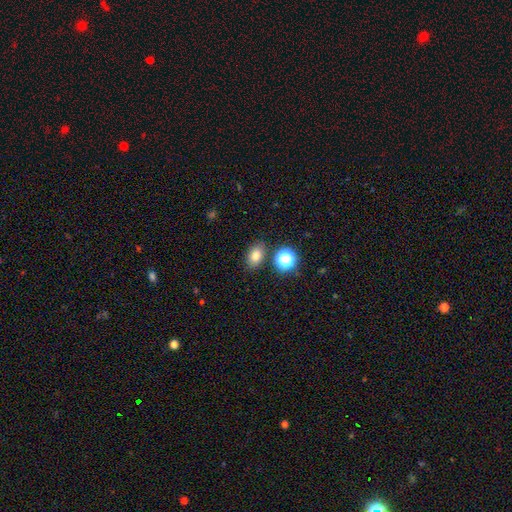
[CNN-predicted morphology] Q: Smooth or featured?
A: smooth (77%); runner-up: star or artifact (14%)
Q: How rounded?
A: in between (73%); runner-up: round (25%)
Q: Merging?
A: none (80%); runner-up: minor disturbance (10%)